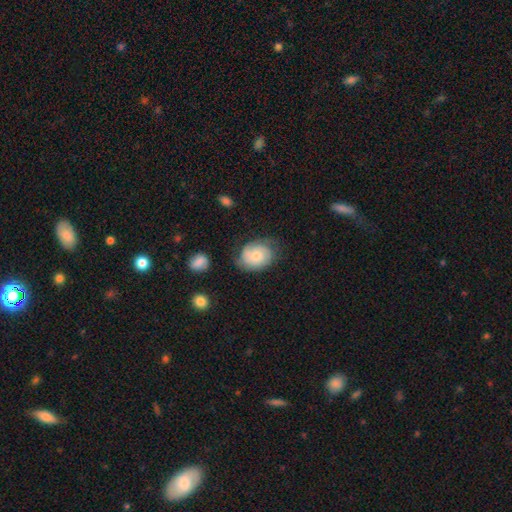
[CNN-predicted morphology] Q: Smooth or featured?
A: smooth (47%); runner-up: featured or disk (45%)
Q: Merging?
A: none (62%); runner-up: minor disturbance (26%)